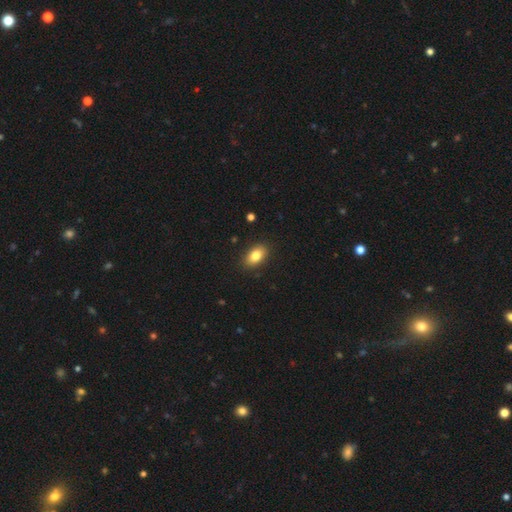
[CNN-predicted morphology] A smooth galaxy with no disk features (82%) that is in between round and cigar-shaped (89%). Merging: none (88%).